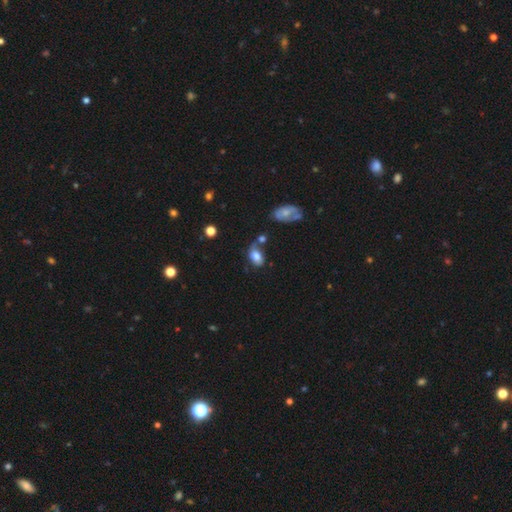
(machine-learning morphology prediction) A smooth galaxy with no disk features (72%) that is in between round and cigar-shaped (87%).

Vote fractions:
- Smooth or featured? smooth: 72% / featured or disk: 19% / star or artifact: 9%
- How rounded? in between: 87% / round: 11% / cigar-shaped: 2%
- Merging? none: 40% / minor disturbance: 27% / merger: 18% / major disturbance: 15%